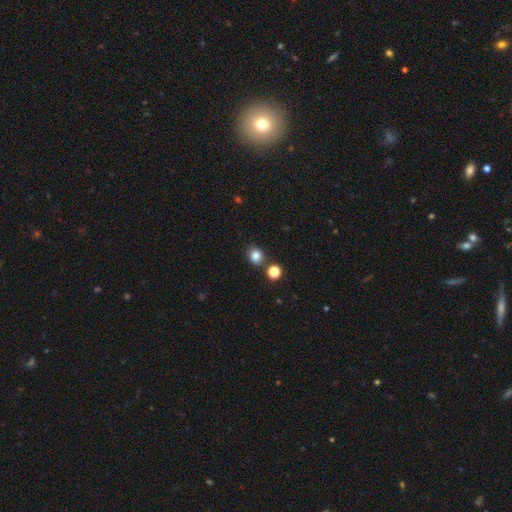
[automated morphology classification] Smooth or featured?
  - smooth: 83% *
  - star or artifact: 12%
  - featured or disk: 5%
How rounded?
  - round: 65% *
  - in between: 34%
  - cigar-shaped: 1%
Merging?
  - none: 77% *
  - minor disturbance: 10%
  - merger: 10%
  - major disturbance: 3%